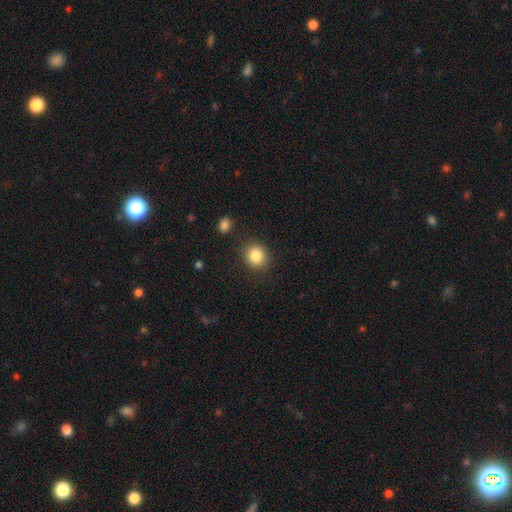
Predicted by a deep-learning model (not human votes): smooth-or-featured: smooth: 85% | star or artifact: 10% | featured or disk: 5%
  how-rounded: round: 79% | in between: 20% | cigar-shaped: 1%
  merging: none: 86% | minor disturbance: 9% | major disturbance: 3% | merger: 2%